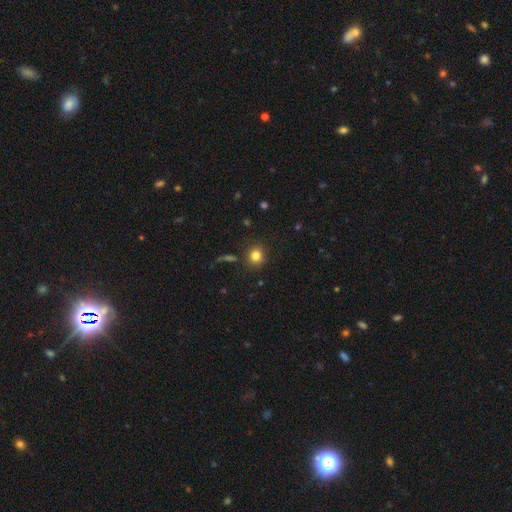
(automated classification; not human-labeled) smooth-or-featured: smooth: 82% | star or artifact: 12% | featured or disk: 6%
  how-rounded: round: 85% | in between: 14% | cigar-shaped: 1%
  merging: none: 87% | minor disturbance: 8% | major disturbance: 3% | merger: 2%